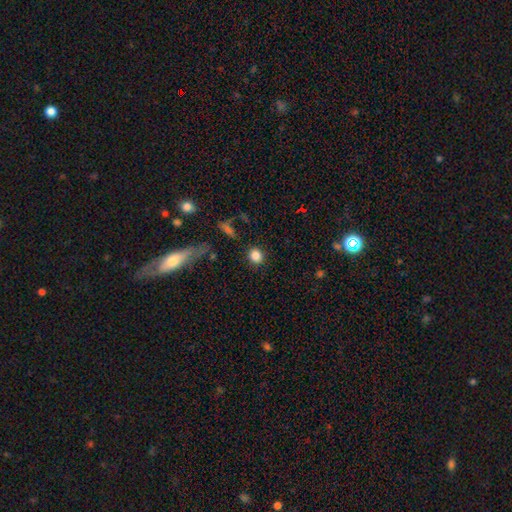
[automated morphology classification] Q: Smooth or featured?
A: smooth (85%); runner-up: star or artifact (10%)
Q: How rounded?
A: round (82%); runner-up: in between (16%)
Q: Merging?
A: none (88%); runner-up: minor disturbance (7%)